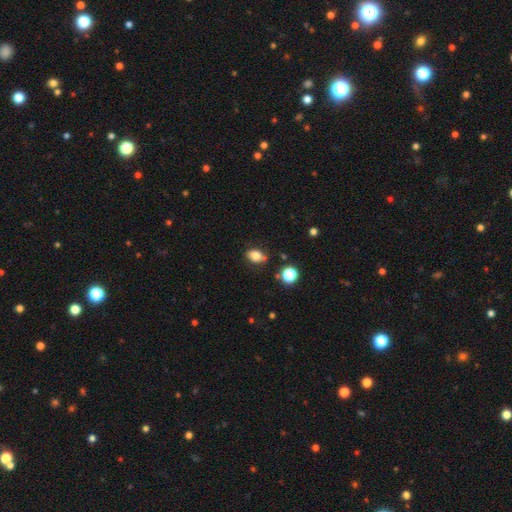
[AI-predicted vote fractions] smooth_or_featured: smooth (p=0.77) [alt: featured or disk p=0.12]
how_rounded: in between (p=0.81) [alt: round p=0.16]
merging: none (p=0.79) [alt: minor disturbance p=0.15]